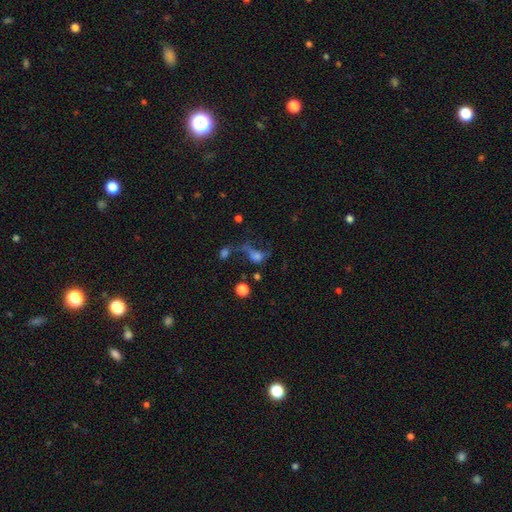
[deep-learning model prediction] A smooth galaxy with no disk features (43%). Merging: major disturbance (42%).